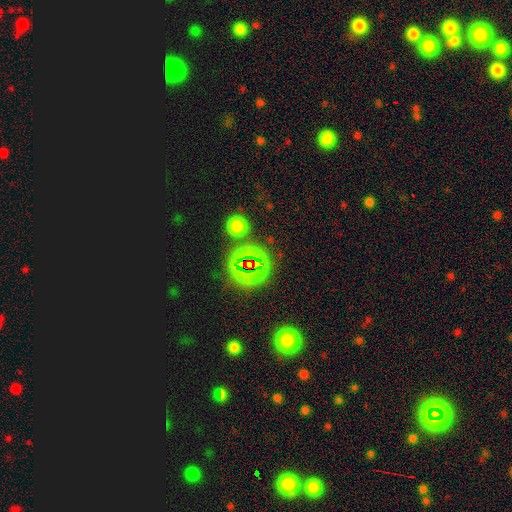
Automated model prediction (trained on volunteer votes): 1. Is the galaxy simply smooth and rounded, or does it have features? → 70% star or artifact, 19% smooth, 11% featured or disk.